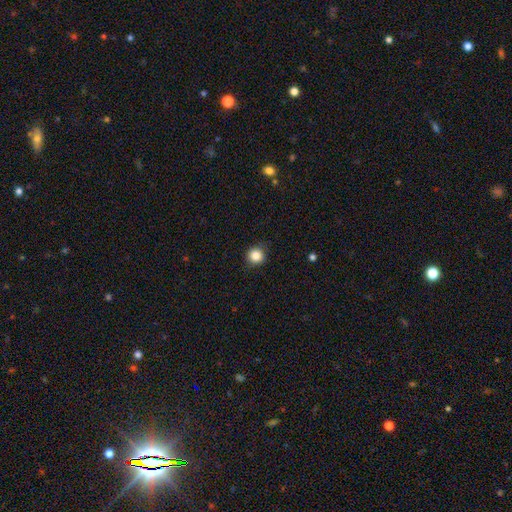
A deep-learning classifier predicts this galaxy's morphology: smooth 85%, star or artifact 11%, featured or disk 4%. Down the decision tree: how rounded — round (92%); merging — none (89%).